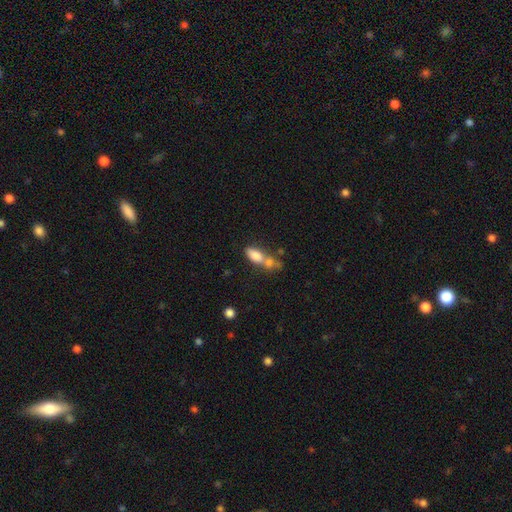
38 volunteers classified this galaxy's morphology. Smooth or featured? smooth (87%)
How rounded? in between (79%)
Merging? merger (69%)